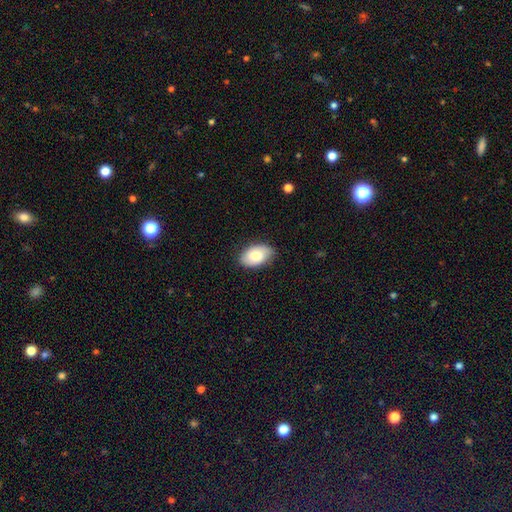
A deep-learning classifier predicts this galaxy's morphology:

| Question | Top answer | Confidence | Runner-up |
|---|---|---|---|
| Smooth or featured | smooth | 80% | featured or disk (13%) |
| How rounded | in between | 92% | round (6%) |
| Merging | none | 83% | minor disturbance (14%) |